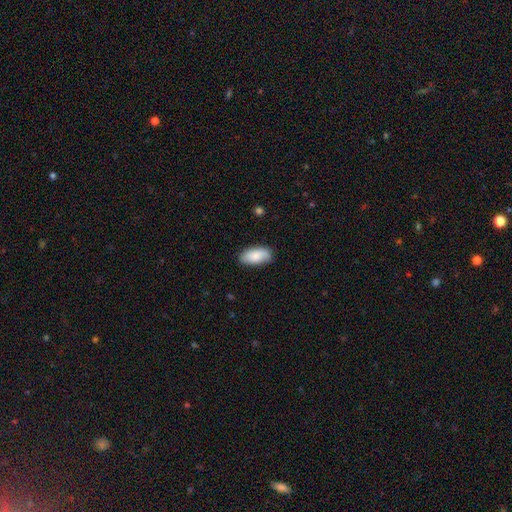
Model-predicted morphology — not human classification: type=smooth (82%); roundness=in between (92%); merging=none (80%).